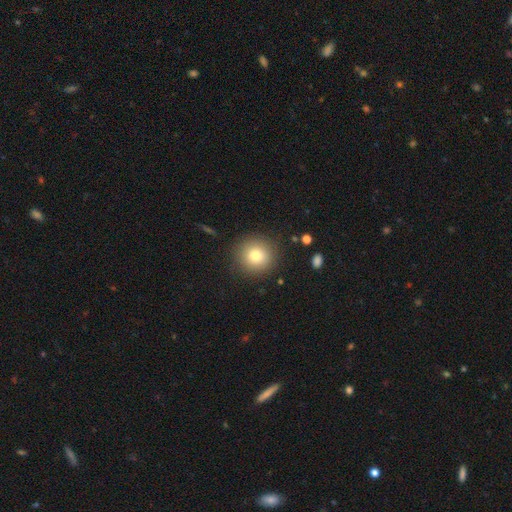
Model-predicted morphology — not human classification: smooth 79%, star or artifact 11%, featured or disk 10%. Down the decision tree: how rounded — round (93%); merging — none (88%).